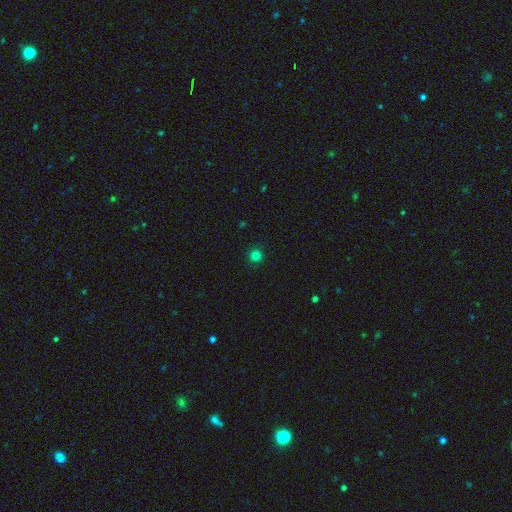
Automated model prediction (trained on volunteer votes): Smooth or featured: smooth — 81% (star or artifact — 15%)
How rounded: round — 96% (in between — 3%)
Merging: none — 93% (minor disturbance — 5%)